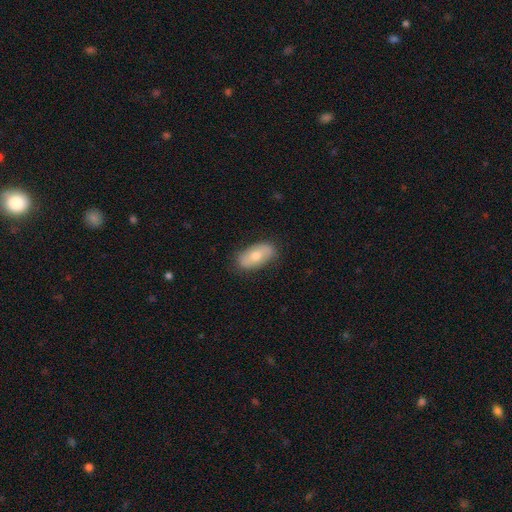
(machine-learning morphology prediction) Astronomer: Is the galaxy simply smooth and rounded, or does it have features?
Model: smooth — 65%.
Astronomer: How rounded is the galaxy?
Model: in between — 91%.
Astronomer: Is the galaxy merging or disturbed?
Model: none — 81%.